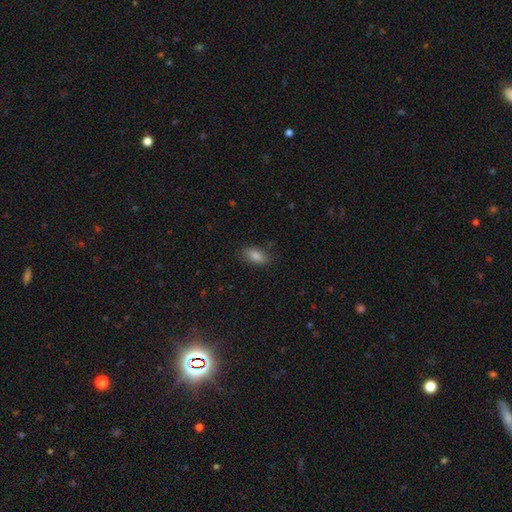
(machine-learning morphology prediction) Overall: smooth (80%). How rounded: in between (88%). Merging: none (83%).